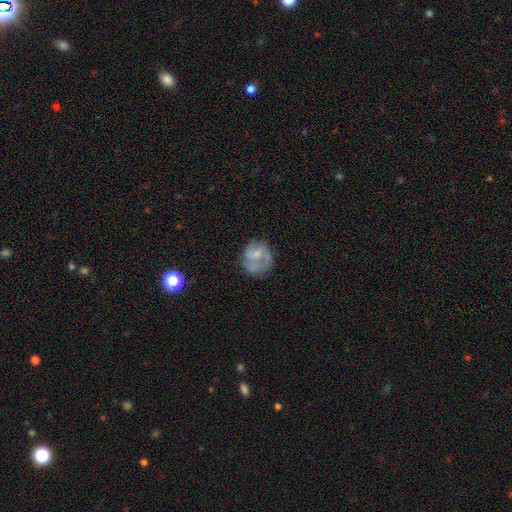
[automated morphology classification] Overall: featured or disk (50%; smooth 42%). Edge-on disk: no (98%). Merging: none (53%; minor disturbance 24%).